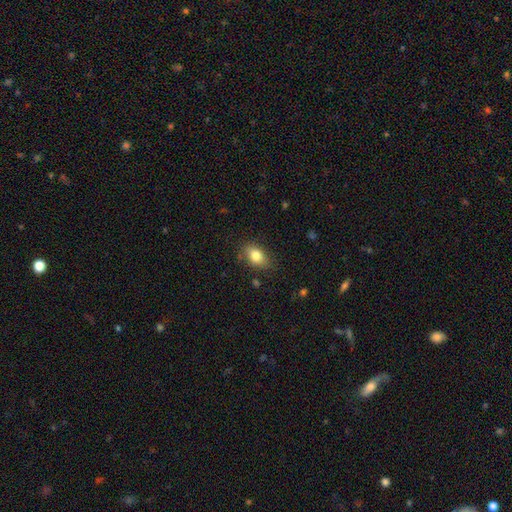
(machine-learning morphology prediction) Overall: smooth (81%). How rounded: in between (83%). Merging: none (79%).